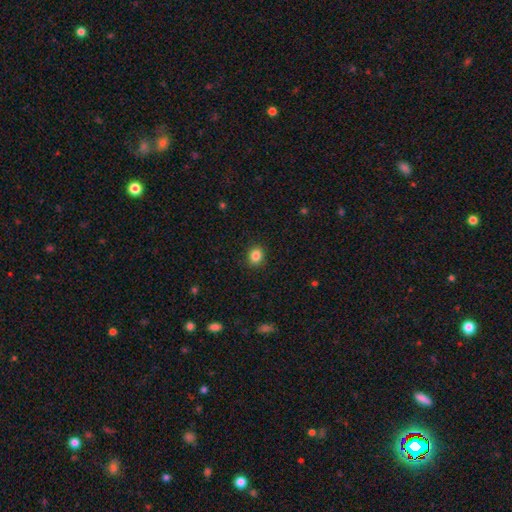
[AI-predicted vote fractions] Smooth or featured: smooth — 85% (star or artifact — 11%)
How rounded: round — 67% (in between — 32%)
Merging: none — 90% (minor disturbance — 7%)